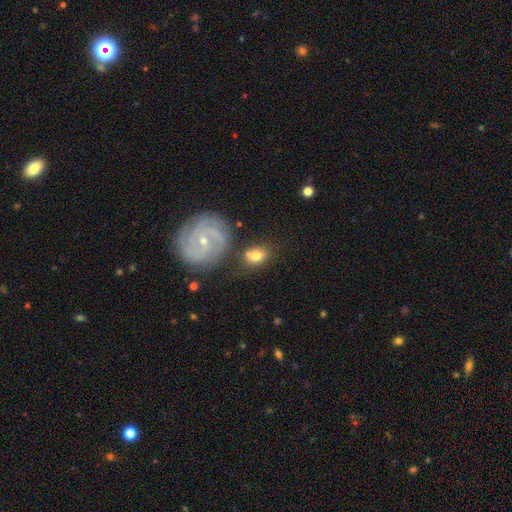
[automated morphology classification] The model was most divided on "smooth or featured": smooth: 63%, featured or disk: 29%, star or artifact: 8%. More confident: how rounded — in between (68%); merging — none (61%).